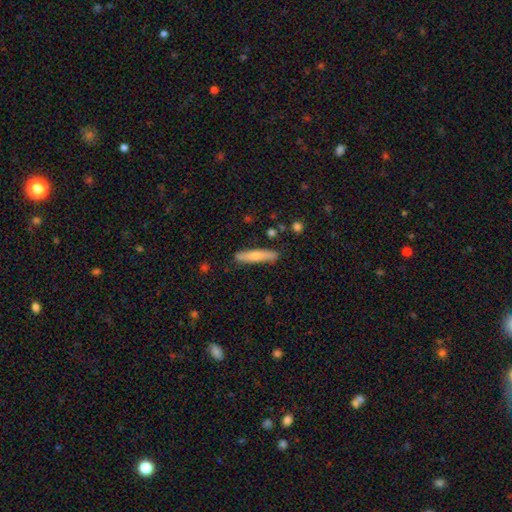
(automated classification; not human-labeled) smooth_or_featured: smooth (p=0.66) [alt: featured or disk p=0.28]
how_rounded: cigar-shaped (p=0.88) [alt: in between p=0.11]
merging: none (p=0.86) [alt: minor disturbance p=0.11]